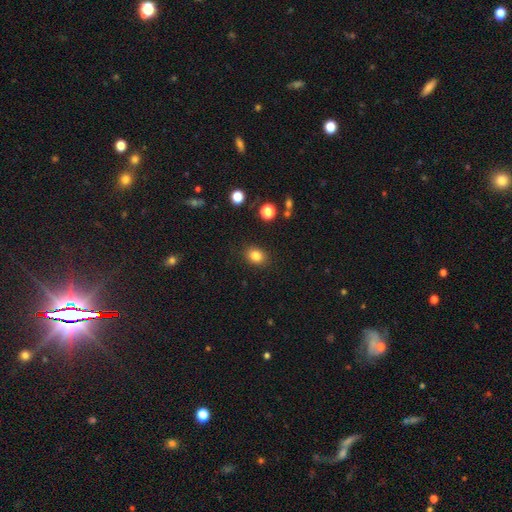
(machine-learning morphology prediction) Smooth or featured? Predicted: smooth (p=0.83). How rounded? Predicted: in between (p=0.55). Merging? Predicted: none (p=0.88).